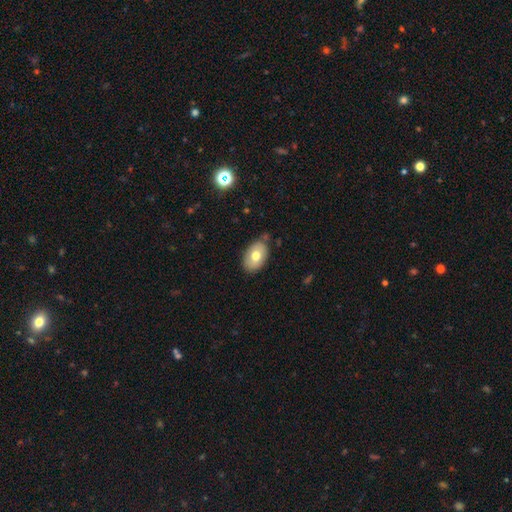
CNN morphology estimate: Q: Smooth or featured?
A: smooth (72%); runner-up: featured or disk (21%)
Q: How rounded?
A: in between (89%); runner-up: round (10%)
Q: Merging?
A: none (78%); runner-up: minor disturbance (16%)